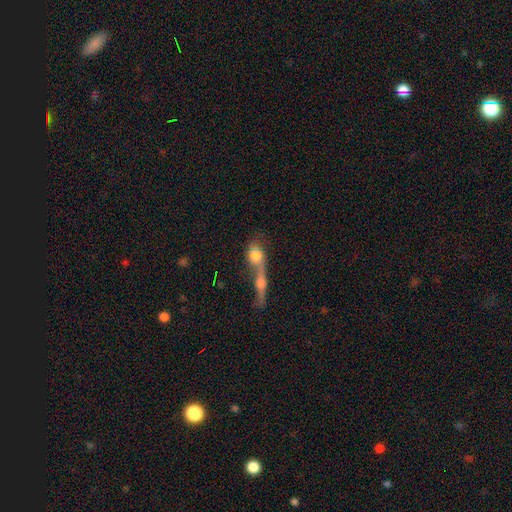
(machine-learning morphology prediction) Q: Smooth or featured?
A: smooth (49%); runner-up: featured or disk (38%)
Q: Merging?
A: merger (68%); runner-up: none (18%)